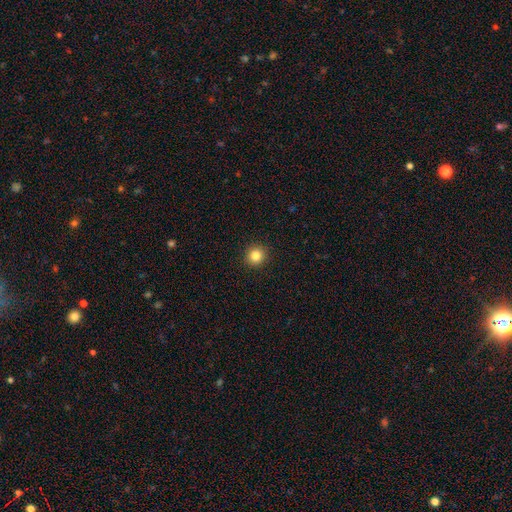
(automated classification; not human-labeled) Morphology: type=smooth (84%); roundness=round (93%); merging=none (93%).